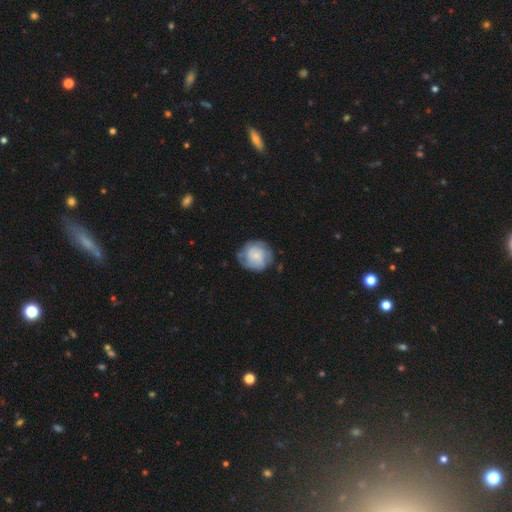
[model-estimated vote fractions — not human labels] Smooth or featured? smooth (47%)
Merging? none (70%)